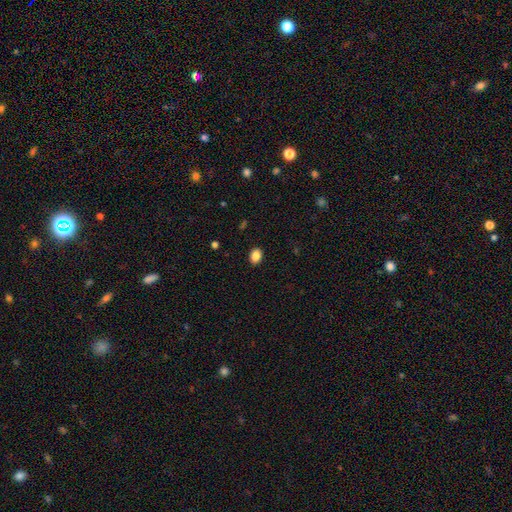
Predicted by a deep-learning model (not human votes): Smooth or featured? smooth (87%)
How rounded? in between (75%)
Merging? none (89%)